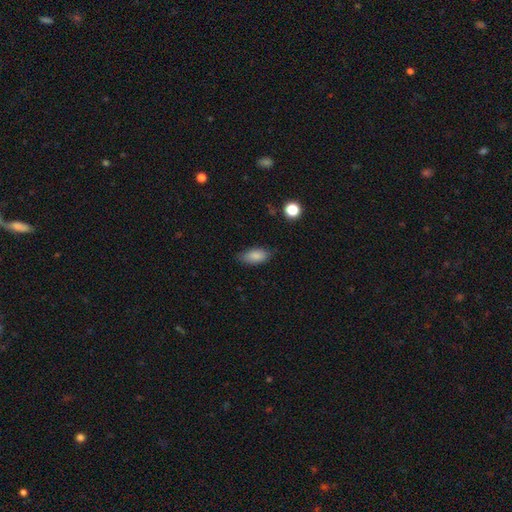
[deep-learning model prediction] Smooth or featured? smooth (86%)
How rounded? in between (87%)
Merging? none (78%)